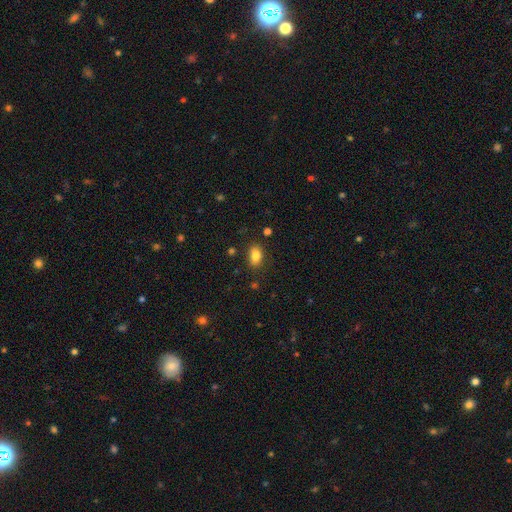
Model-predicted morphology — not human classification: smooth-or-featured: smooth: 83% | star or artifact: 9% | featured or disk: 8%
  how-rounded: in between: 85% | round: 13% | cigar-shaped: 2%
  merging: none: 83% | minor disturbance: 12% | major disturbance: 3% | merger: 3%